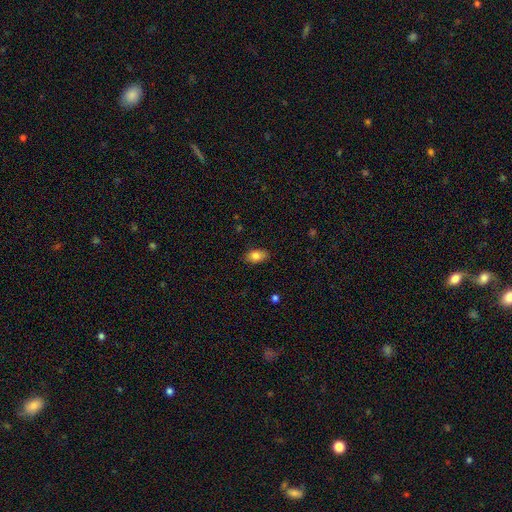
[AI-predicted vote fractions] smooth-or-featured: smooth: 83% | featured or disk: 9% | star or artifact: 8%
  how-rounded: in between: 86% | round: 12% | cigar-shaped: 2%
  merging: none: 84% | minor disturbance: 13% | major disturbance: 2% | merger: 1%